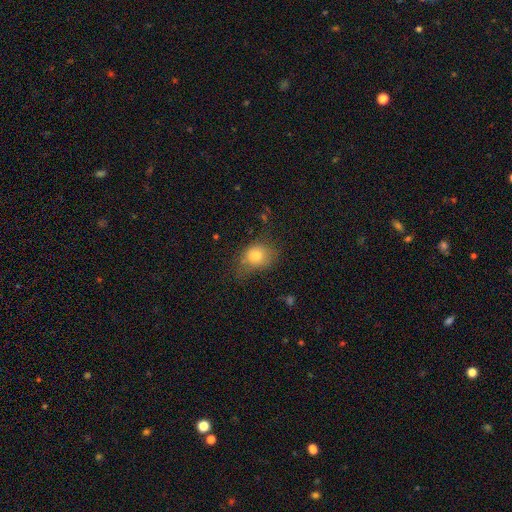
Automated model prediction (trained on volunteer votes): The model was most divided on "how rounded": round: 54%, in between: 45%, cigar-shaped: 1%. Remaining: smooth or featured — smooth (77%); merging — none (50%).